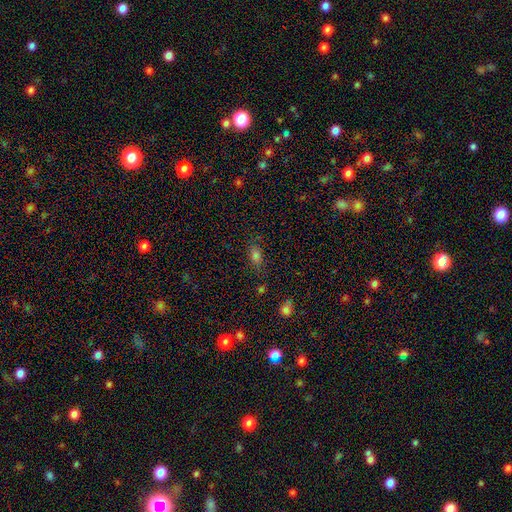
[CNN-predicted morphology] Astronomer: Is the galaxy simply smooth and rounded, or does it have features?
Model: smooth — 75%.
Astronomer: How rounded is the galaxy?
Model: in between — 82%.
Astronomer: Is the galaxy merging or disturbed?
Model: none — 75%.